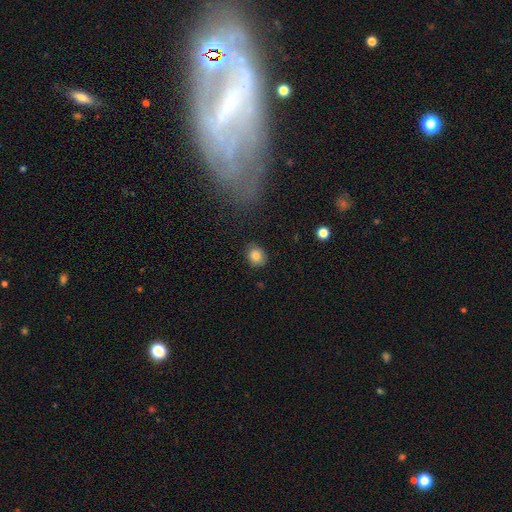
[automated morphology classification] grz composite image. It shows a smooth galaxy with no disk features (83%) that is round (62%). Merging: none (85%).